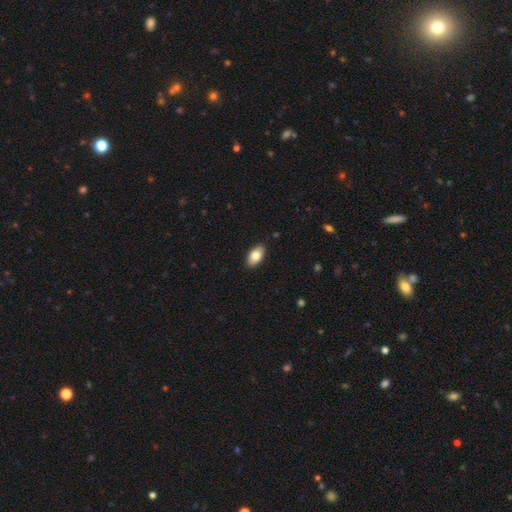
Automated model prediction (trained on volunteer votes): This appears to be a smooth galaxy with no disk features (81%) that is in between round and cigar-shaped (93%). Merging: none (88%).